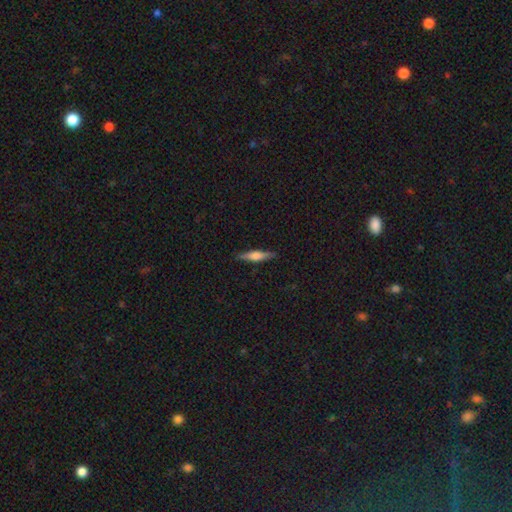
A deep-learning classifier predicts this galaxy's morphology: A featured or disk galaxy (48%). Merging: none (89%).